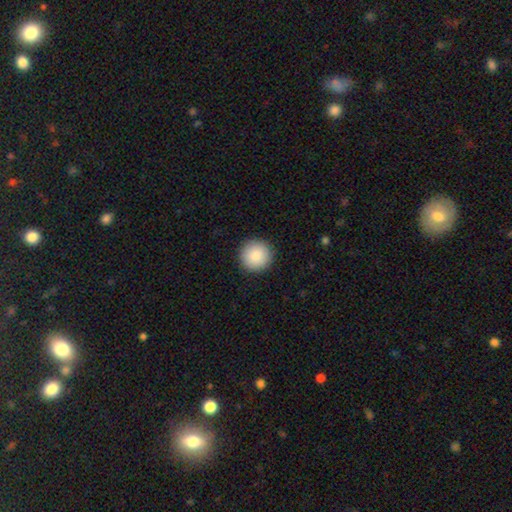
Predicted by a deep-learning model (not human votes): Morphology: type=smooth (87%); roundness=round (95%); merging=none (92%).